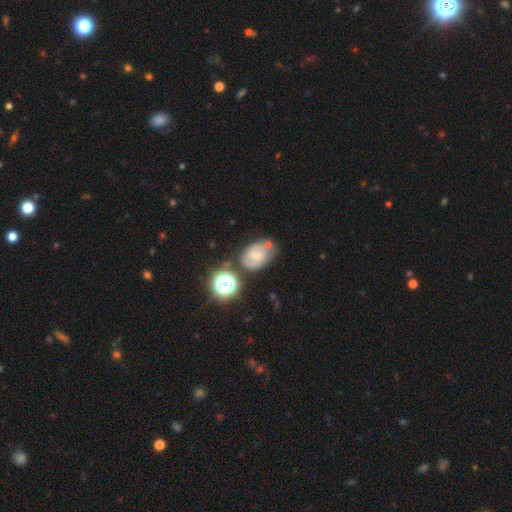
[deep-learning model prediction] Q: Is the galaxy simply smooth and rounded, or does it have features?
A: featured or disk — 56%.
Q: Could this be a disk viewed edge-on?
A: no — 96%.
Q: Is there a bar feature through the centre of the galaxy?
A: no — 56%.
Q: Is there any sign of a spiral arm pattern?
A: yes — 80%.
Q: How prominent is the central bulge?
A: small — 50%.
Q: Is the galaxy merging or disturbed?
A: none — 57%.